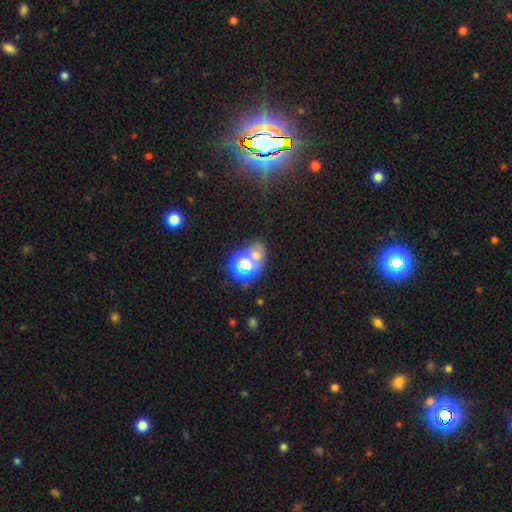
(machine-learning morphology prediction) A smooth galaxy with no disk features (47%). Merging: none (45%).